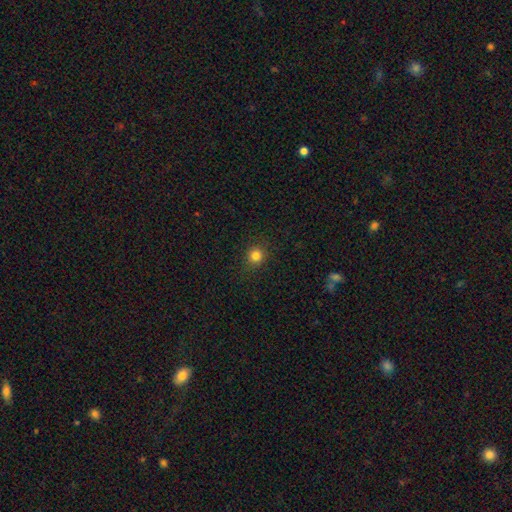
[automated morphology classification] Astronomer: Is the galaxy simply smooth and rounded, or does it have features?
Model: smooth — 82%.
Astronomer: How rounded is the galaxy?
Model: round — 89%.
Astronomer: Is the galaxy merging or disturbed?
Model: none — 89%.